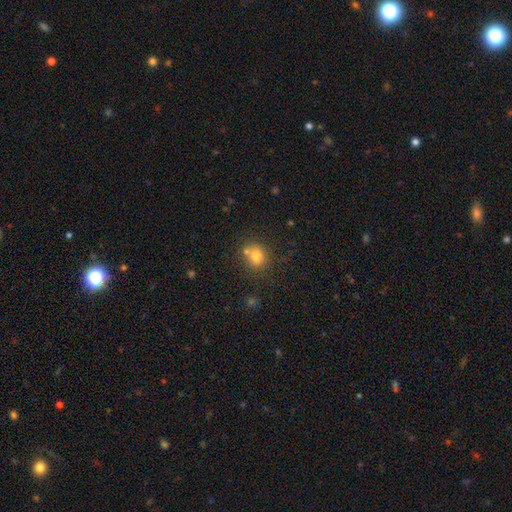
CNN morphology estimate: A smooth galaxy with no disk features (78%) that is round (71%). Merging: none (61%).